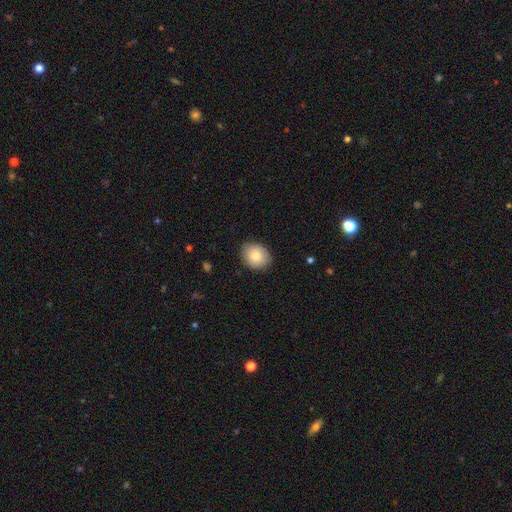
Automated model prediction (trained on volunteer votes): Smooth or featured: smooth — 83% (featured or disk — 10%)
How rounded: round — 57% (in between — 42%)
Merging: none — 84% (minor disturbance — 12%)